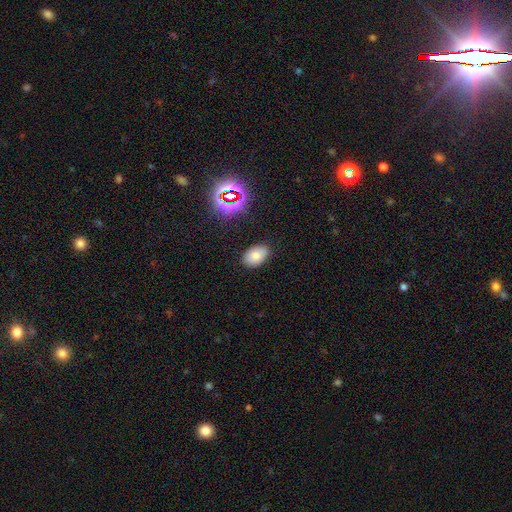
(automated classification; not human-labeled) smooth-or-featured: smooth: 77% | star or artifact: 13% | featured or disk: 10%
  how-rounded: in between: 88% | round: 11% | cigar-shaped: 1%
  merging: none: 87% | minor disturbance: 10% | major disturbance: 3% | merger: 1%